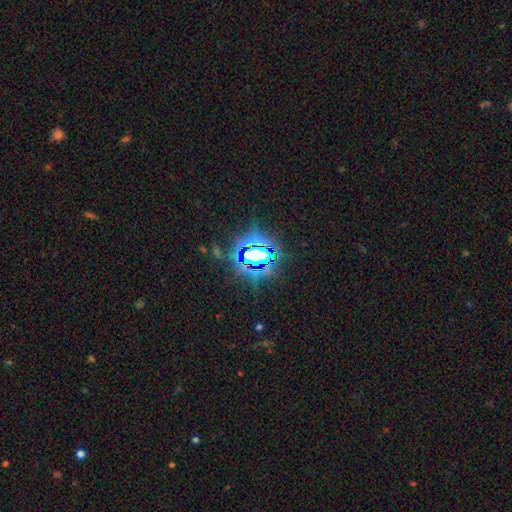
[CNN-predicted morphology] smooth_or_featured: star or artifact (p=0.77) [alt: smooth p=0.12]